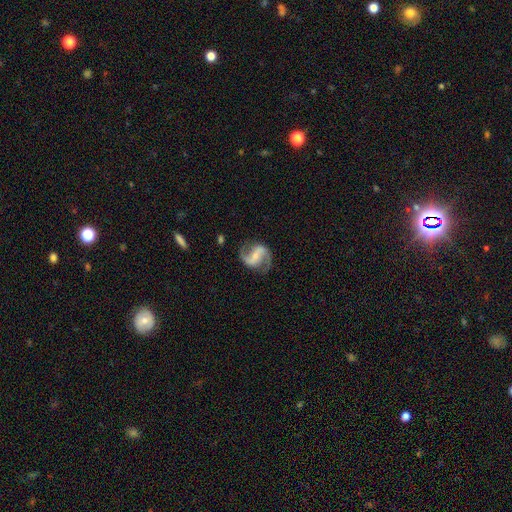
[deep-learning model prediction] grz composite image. It shows a featured or disk galaxy (88%) with a strong bar (41%), 2 (93%) medium (49%) spiral arms (97%) and a small central bulge (60%). Merging: none (80%).